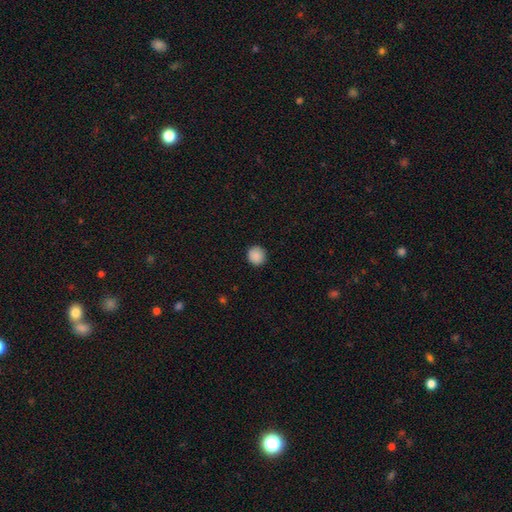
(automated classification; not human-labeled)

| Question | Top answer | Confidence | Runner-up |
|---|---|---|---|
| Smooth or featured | smooth | 89% | star or artifact (9%) |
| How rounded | round | 93% | in between (6%) |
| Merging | none | 91% | minor disturbance (6%) |